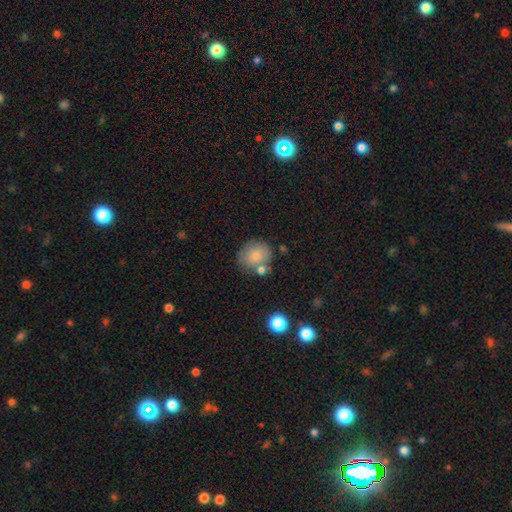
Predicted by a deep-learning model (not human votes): Smooth or featured: smooth — 80% (featured or disk — 11%)
How rounded: round — 75% (in between — 24%)
Merging: none — 65% (minor disturbance — 16%)